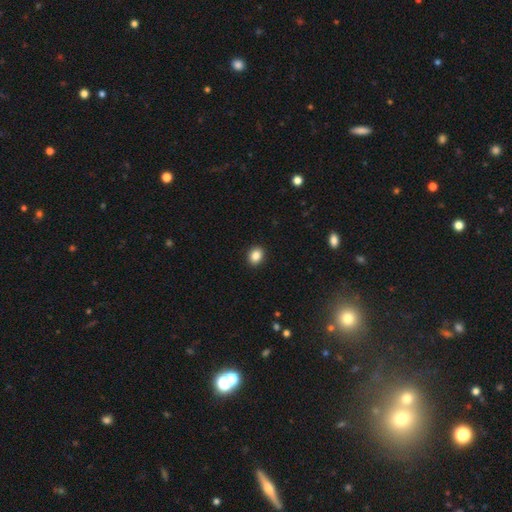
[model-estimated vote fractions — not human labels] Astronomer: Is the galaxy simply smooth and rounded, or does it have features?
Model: smooth — 87%.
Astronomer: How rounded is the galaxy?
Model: round — 60% (runner-up: in between, 39%).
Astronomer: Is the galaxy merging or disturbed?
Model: none — 92%.